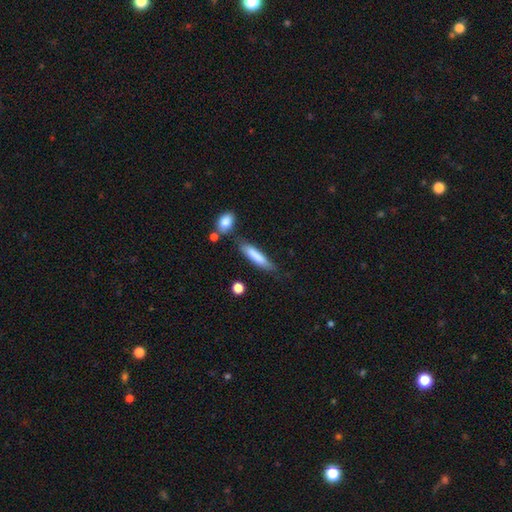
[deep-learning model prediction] Smooth or featured? smooth (79%)
How rounded? cigar-shaped (82%)
Merging? none (69%)